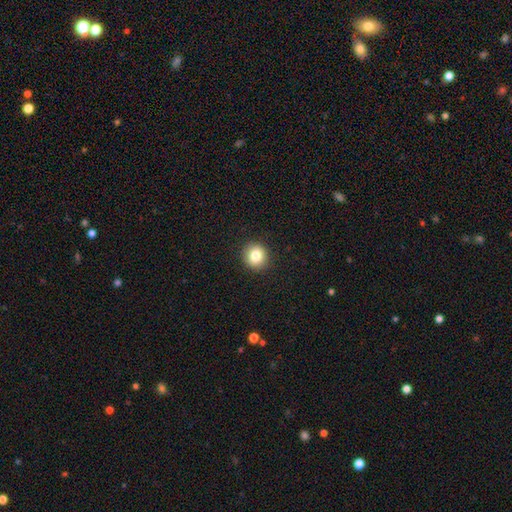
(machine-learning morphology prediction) Overall: smooth (82%). How rounded: round (89%). Merging: none (92%).